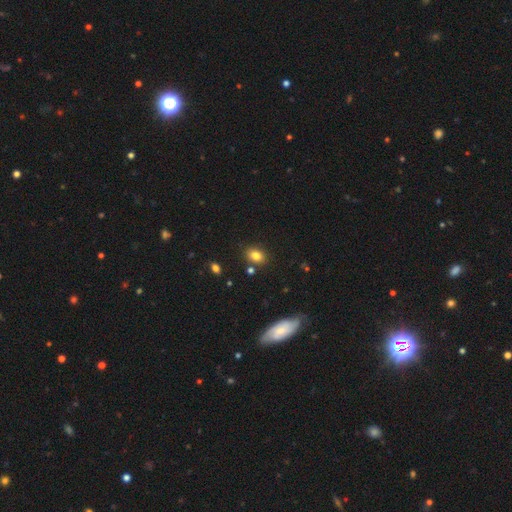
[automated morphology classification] Smooth or featured: smooth — 81% (star or artifact — 11%)
How rounded: in between — 68% (round — 31%)
Merging: none — 81% (minor disturbance — 11%)